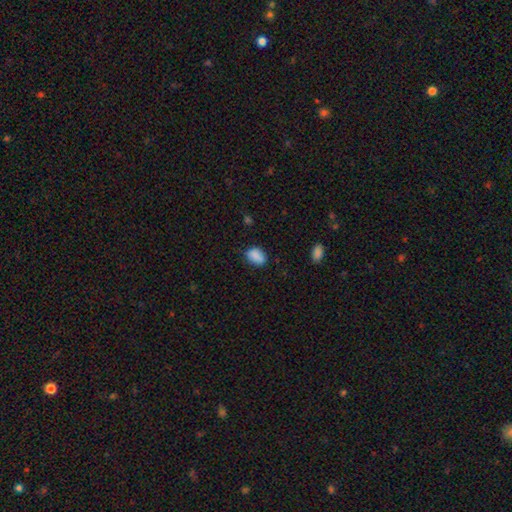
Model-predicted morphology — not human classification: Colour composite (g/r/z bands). It shows a smooth galaxy with no disk features (87%) that is in between round and cigar-shaped (79%). Merging: none (72%).